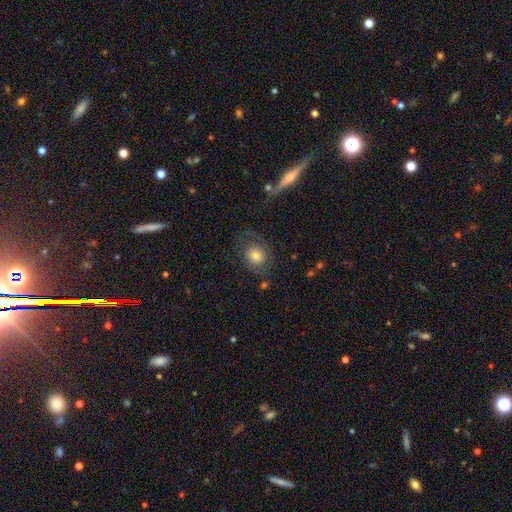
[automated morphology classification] This appears to be a smooth galaxy with no disk features (54%) that is round (71%). Merging: none (64%).